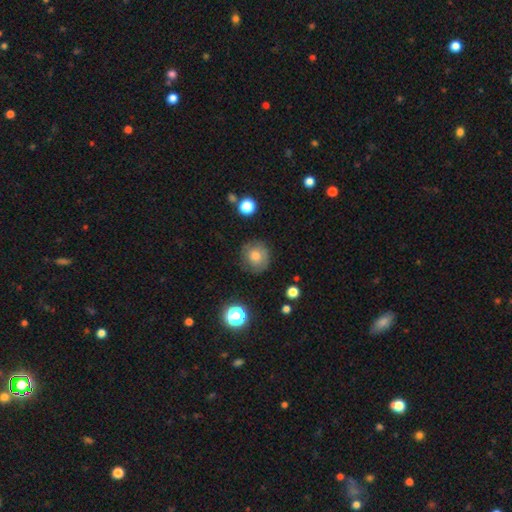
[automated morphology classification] Smooth or featured?
  - smooth: 67% *
  - featured or disk: 21%
  - star or artifact: 12%
How rounded?
  - round: 87% *
  - in between: 12%
  - cigar-shaped: 1%
Merging?
  - none: 79% *
  - minor disturbance: 14%
  - major disturbance: 5%
  - merger: 2%